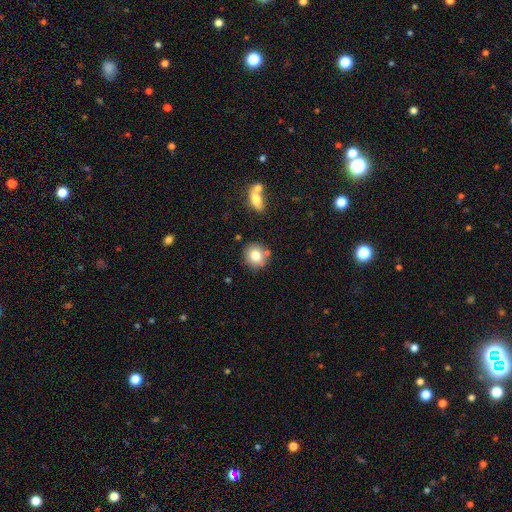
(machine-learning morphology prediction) Smooth or featured? smooth (79%)
How rounded? round (86%)
Merging? none (76%)